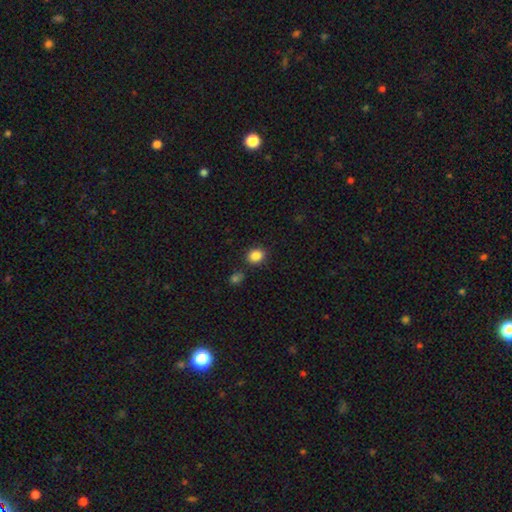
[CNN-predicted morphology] This appears to be a smooth galaxy with no disk features (86%) that is round (58%). Merging: none (82%).